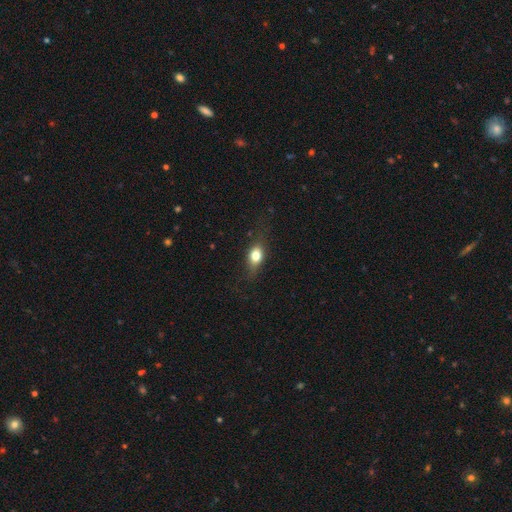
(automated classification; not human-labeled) Smooth or featured: smooth — 71% (featured or disk — 19%)
How rounded: in between — 66% (round — 26%)
Merging: none — 72% (minor disturbance — 19%)